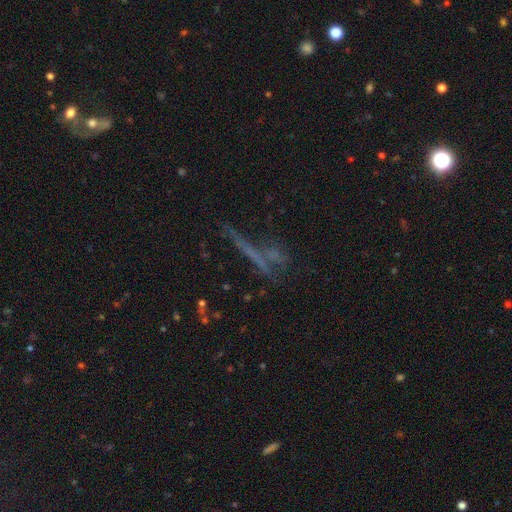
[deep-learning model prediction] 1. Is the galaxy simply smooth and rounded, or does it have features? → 36% featured or disk, 32% star or artifact, 32% smooth.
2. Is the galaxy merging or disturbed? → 50% none, 21% major disturbance, 15% minor disturbance, 15% merger.